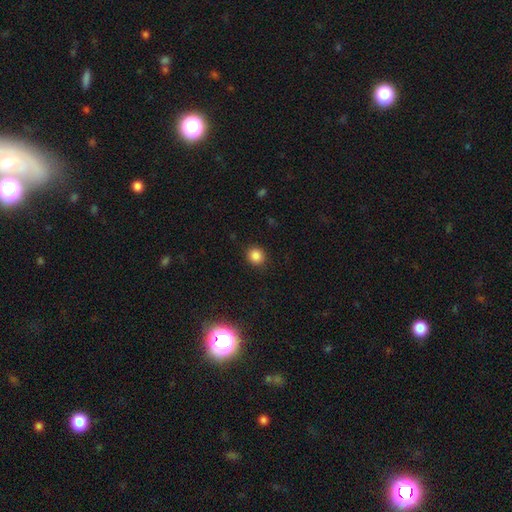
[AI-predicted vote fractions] Smooth or featured?
  - smooth: 85% *
  - star or artifact: 12%
  - featured or disk: 4%
How rounded?
  - round: 86% *
  - in between: 14%
  - cigar-shaped: 1%
Merging?
  - none: 89% *
  - minor disturbance: 8%
  - major disturbance: 3%
  - merger: 1%